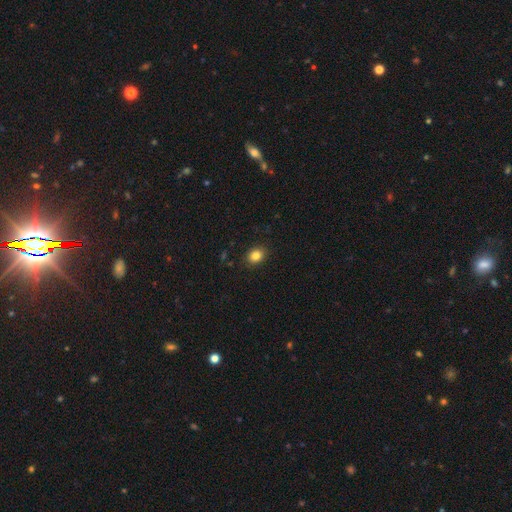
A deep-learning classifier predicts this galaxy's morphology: This is clearly a smooth galaxy (84%). How rounded: possibly round (50%). Merging: clearly none (89%).